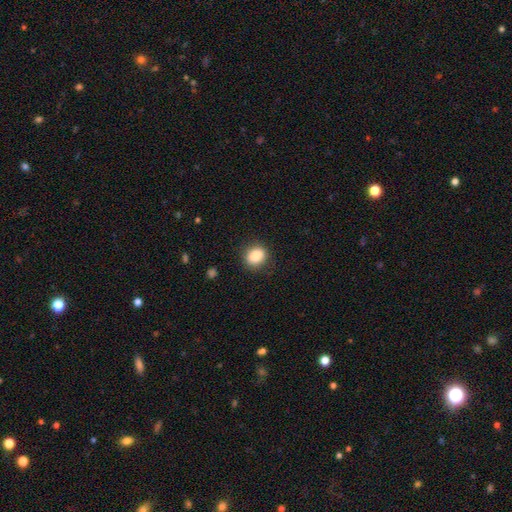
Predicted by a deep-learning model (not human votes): smooth-or-featured: smooth: 86% | star or artifact: 9% | featured or disk: 5%
  how-rounded: round: 57% | in between: 42% | cigar-shaped: 1%
  merging: none: 87% | minor disturbance: 9% | major disturbance: 3% | merger: 1%